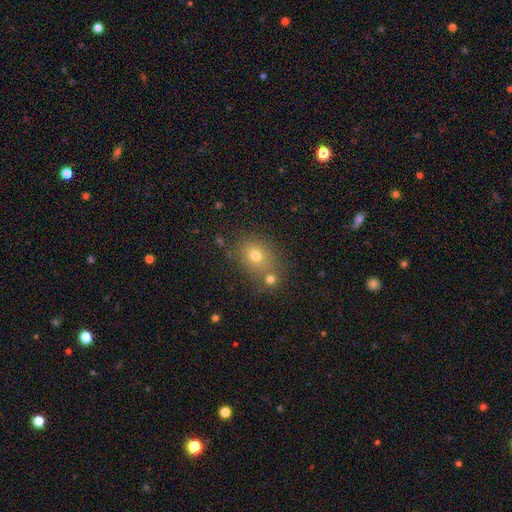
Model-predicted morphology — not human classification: This is likely a smooth galaxy (71%). How rounded: possibly round (56%). Merging: likely none (62%).